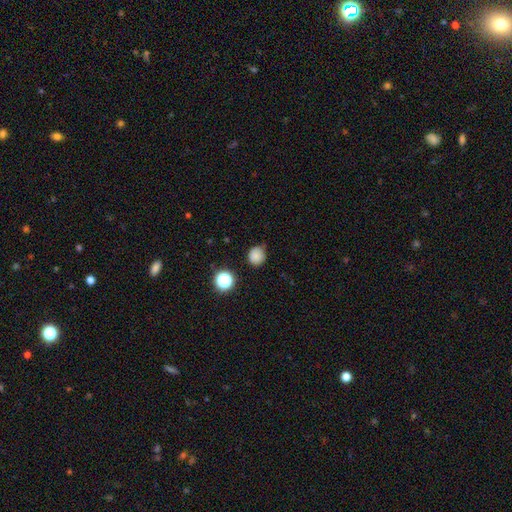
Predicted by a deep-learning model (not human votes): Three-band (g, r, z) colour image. It shows a smooth galaxy with no disk features (81%) that is round (87%). Merging: none (73%).